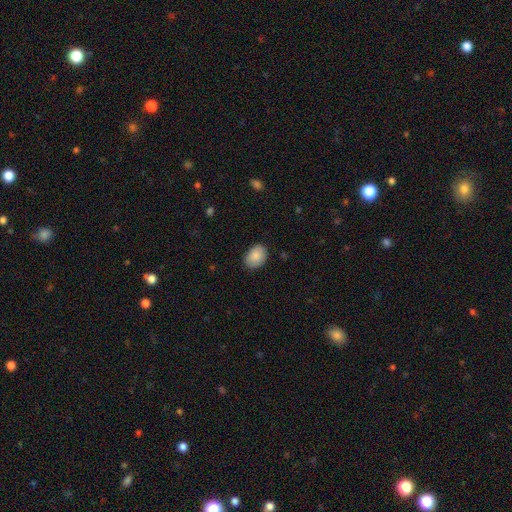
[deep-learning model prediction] This appears to be a smooth galaxy with no disk features (88%) that is in between round and cigar-shaped (81%). Merging: none (84%).